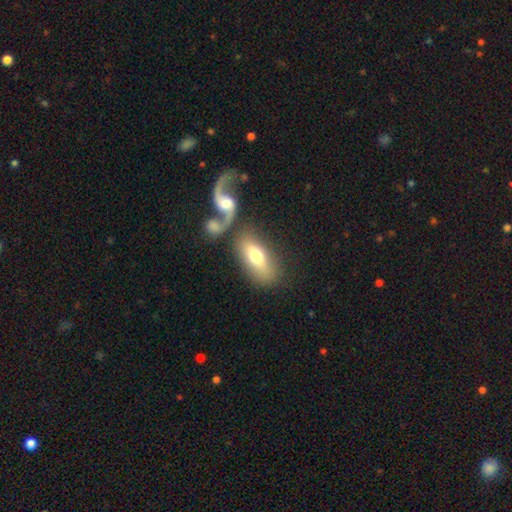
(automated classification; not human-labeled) smooth 63%, featured or disk 31%, star or artifact 6%. Down the decision tree: how rounded — in between (85%); merging — none (51%).